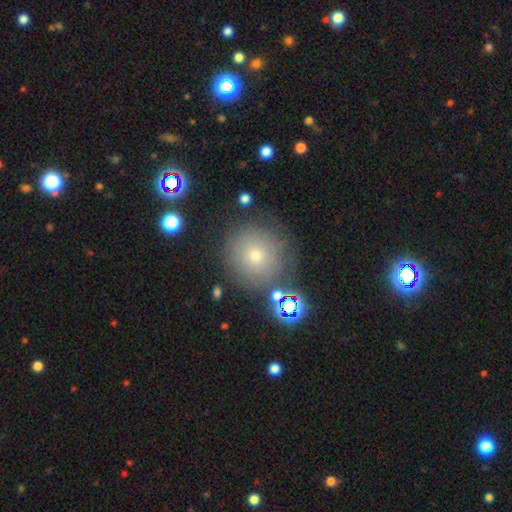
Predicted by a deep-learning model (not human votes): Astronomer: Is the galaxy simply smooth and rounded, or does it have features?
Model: smooth — 64%.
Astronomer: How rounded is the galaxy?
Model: round — 92%.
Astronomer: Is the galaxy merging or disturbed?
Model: none — 76%.